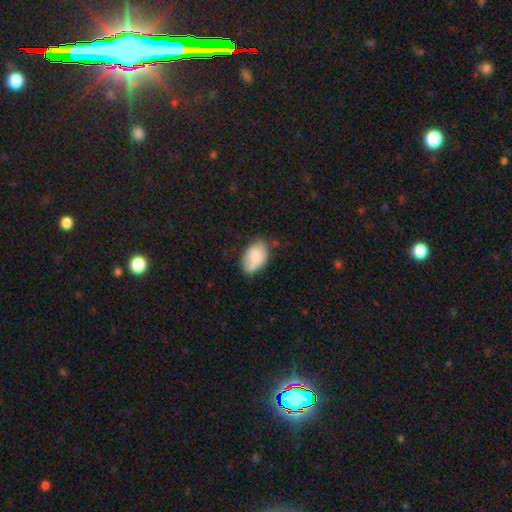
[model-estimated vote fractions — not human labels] Smooth or featured? smooth (72%)
How rounded? in between (88%)
Merging? none (47%)